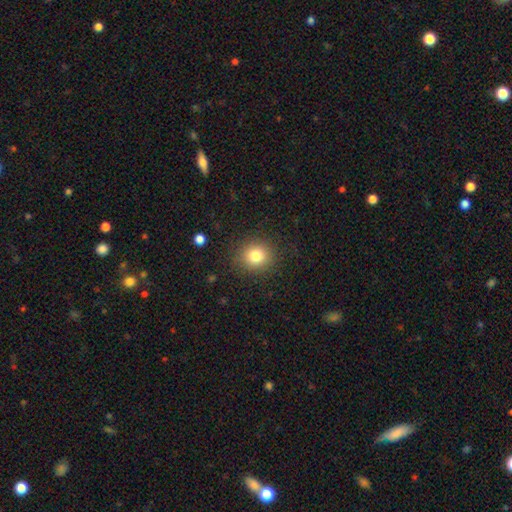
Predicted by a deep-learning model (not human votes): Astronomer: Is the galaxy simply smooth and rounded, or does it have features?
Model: smooth — 80%.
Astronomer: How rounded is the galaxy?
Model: round — 85%.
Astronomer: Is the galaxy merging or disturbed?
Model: none — 88%.